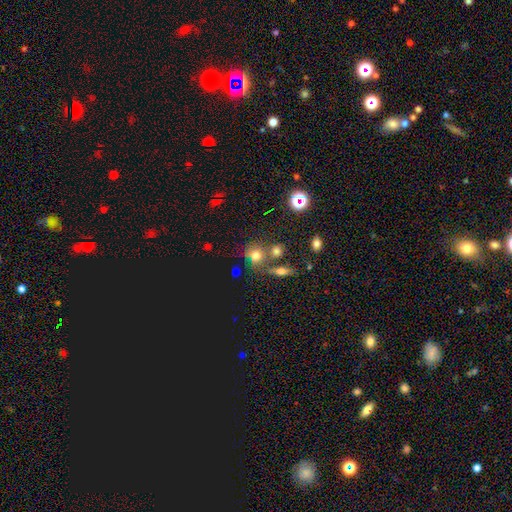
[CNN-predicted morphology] Smooth or featured?
  - smooth: 66% *
  - star or artifact: 22%
  - featured or disk: 12%
How rounded?
  - round: 77% *
  - in between: 21%
  - cigar-shaped: 2%
Merging?
  - none: 58% *
  - merger: 25%
  - minor disturbance: 12%
  - major disturbance: 6%